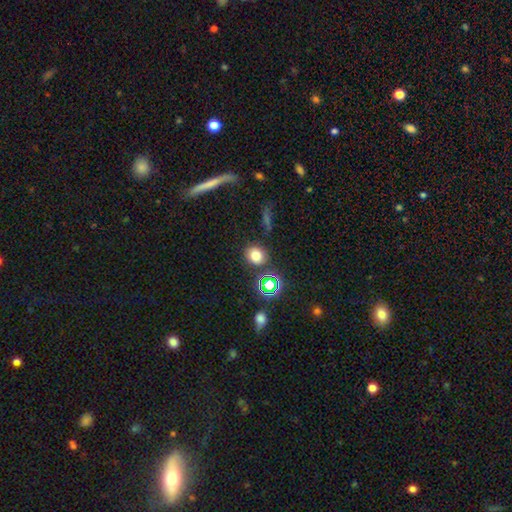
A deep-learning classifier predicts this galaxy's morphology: A smooth galaxy with no disk features (75%) that is round (72%). Merging: none (83%).